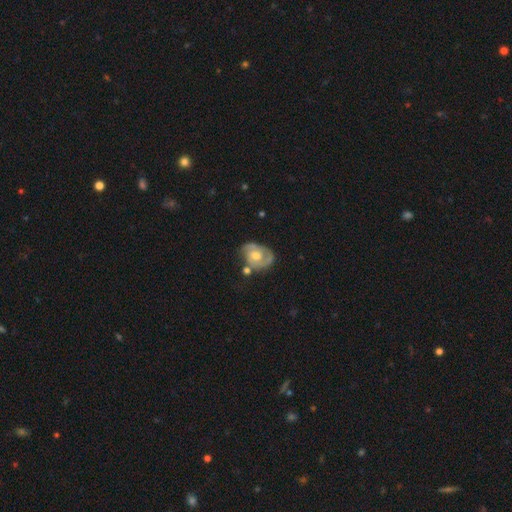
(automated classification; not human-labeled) Morphology: type=featured or disk (74%); edge-on=no (97%); bar=no (65%); spiral arms=yes (87%); winding=tight (49%); arm count=2 (68%); bulge=moderate (65%); merging=none (57%).